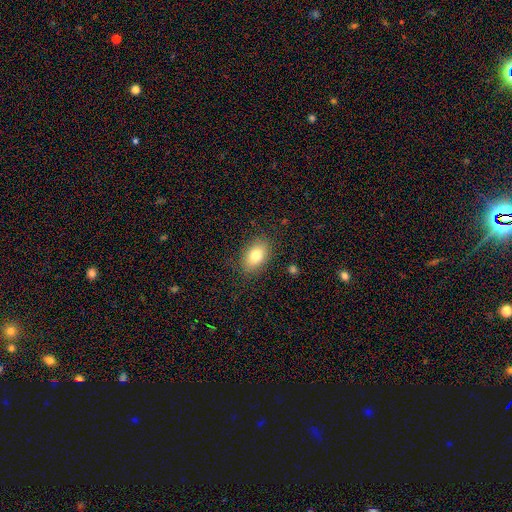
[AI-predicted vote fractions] Morphology: type=smooth (79%); roundness=in between (85%); merging=none (84%).